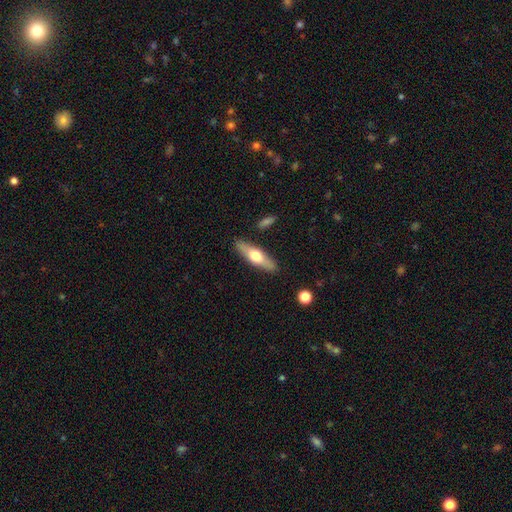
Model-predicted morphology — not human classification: smooth-or-featured: smooth: 49% | featured or disk: 46% | star or artifact: 5%
  merging: none: 87% | minor disturbance: 9% | merger: 2% | major disturbance: 2%